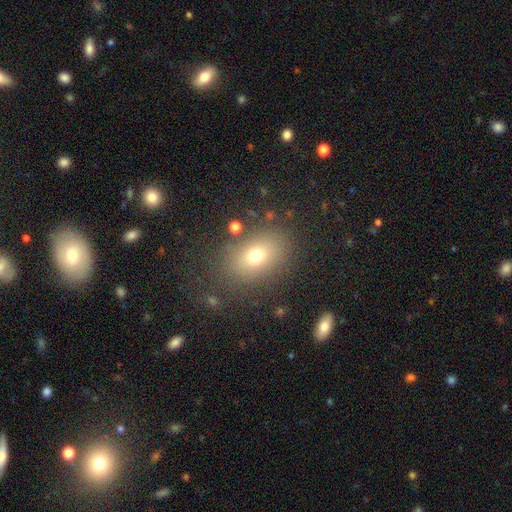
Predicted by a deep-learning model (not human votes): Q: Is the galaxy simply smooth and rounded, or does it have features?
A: smooth — 72%.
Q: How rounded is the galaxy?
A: in between — 74%.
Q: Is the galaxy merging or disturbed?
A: none — 80%.